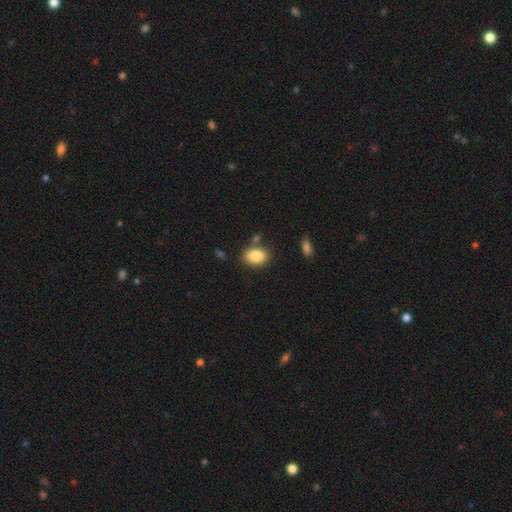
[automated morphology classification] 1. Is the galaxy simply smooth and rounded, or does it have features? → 85% smooth, 8% star or artifact, 7% featured or disk.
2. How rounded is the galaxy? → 80% in between, 19% round, 1% cigar-shaped.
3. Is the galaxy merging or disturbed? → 76% none, 13% minor disturbance, 8% merger, 3% major disturbance.